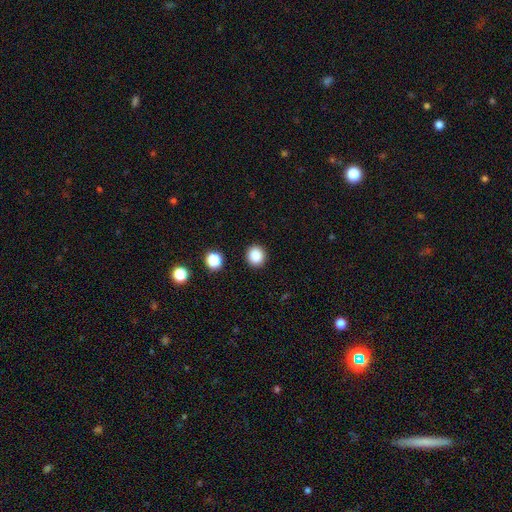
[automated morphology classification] Smooth or featured? Predicted: smooth (p=0.86). How rounded? Predicted: round (p=0.89). Merging? Predicted: none (p=0.91).